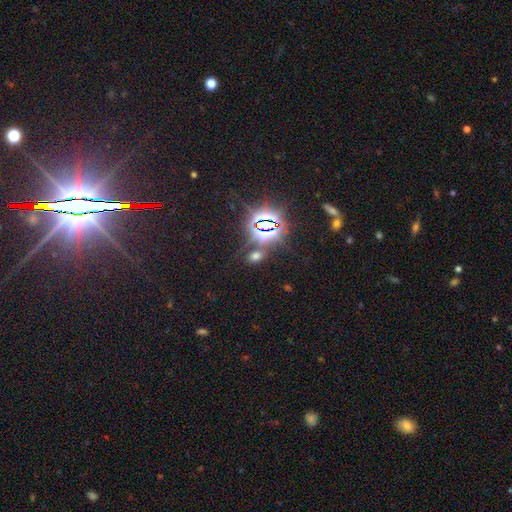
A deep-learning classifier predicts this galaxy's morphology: Smooth or featured? Predicted: star or artifact (p=0.50).